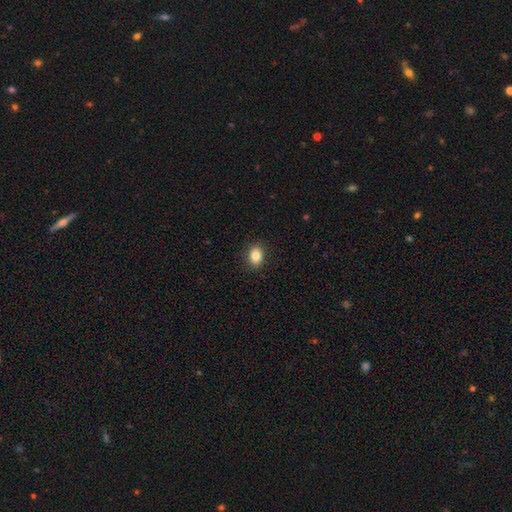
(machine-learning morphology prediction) Smooth or featured?
  - smooth: 84% *
  - star or artifact: 9%
  - featured or disk: 7%
How rounded?
  - in between: 66% *
  - round: 33%
  - cigar-shaped: 1%
Merging?
  - none: 89% *
  - minor disturbance: 8%
  - major disturbance: 2%
  - merger: 1%